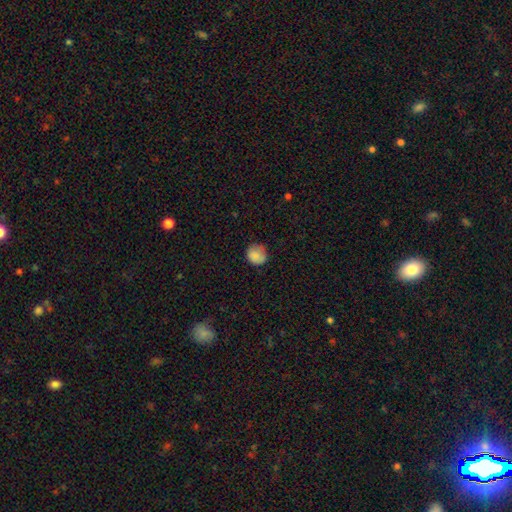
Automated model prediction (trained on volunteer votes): smooth 85%, star or artifact 9%, featured or disk 6%. Down the decision tree: how rounded — round (86%); merging — none (72%).